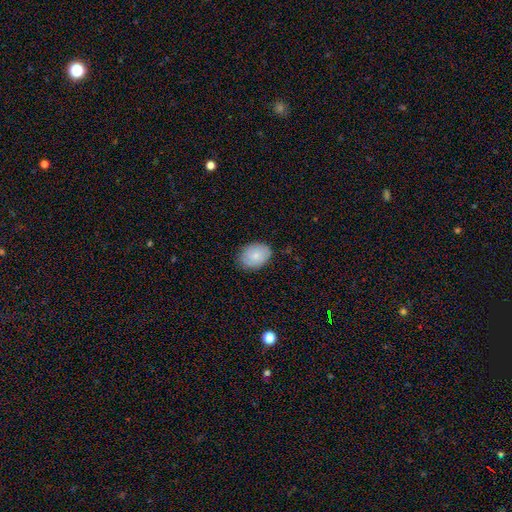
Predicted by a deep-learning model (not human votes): The model was most divided on "how rounded": in between: 72%, round: 27%, cigar-shaped: 1%. More confident: merging — none (82%); smooth or featured — smooth (74%).